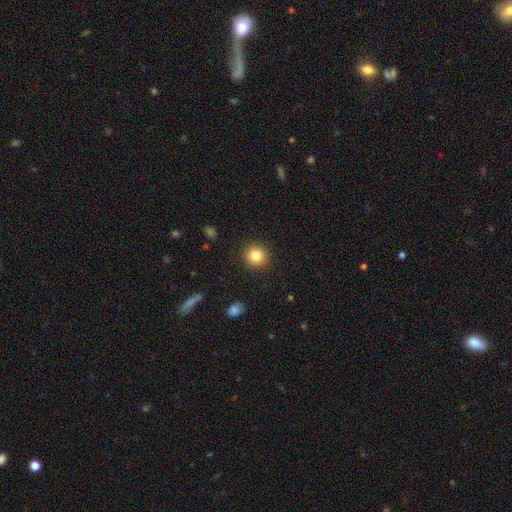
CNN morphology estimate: smooth_or_featured: smooth (p=0.83) [alt: star or artifact p=0.11]
how_rounded: round (p=0.92) [alt: in between p=0.07]
merging: none (p=0.91) [alt: minor disturbance p=0.06]